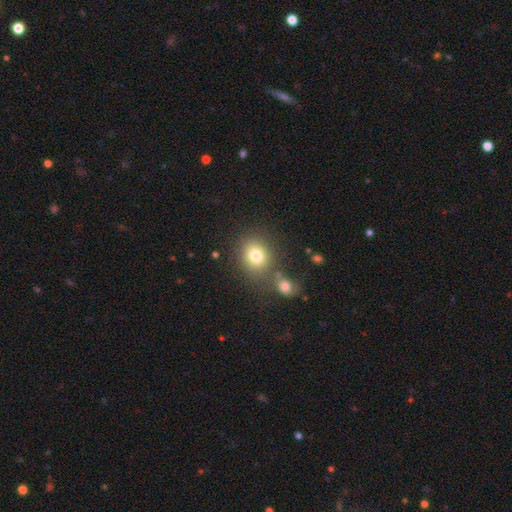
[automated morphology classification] This is likely a smooth galaxy (78%). How rounded: likely round (67%). Merging: likely none (68%).